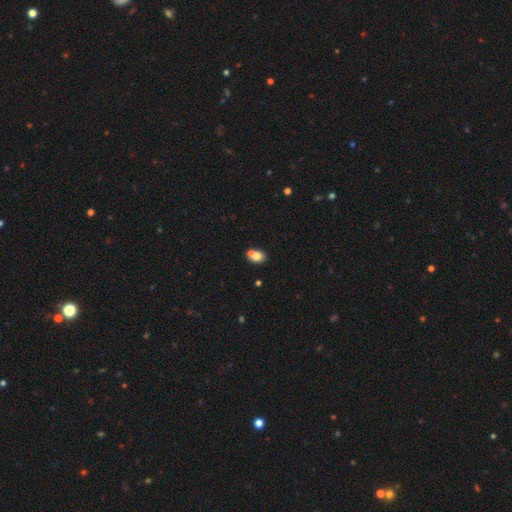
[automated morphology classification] Smooth or featured? Predicted: smooth (p=0.76). How rounded? Predicted: in between (p=0.56). Merging? Predicted: merger (p=0.45).